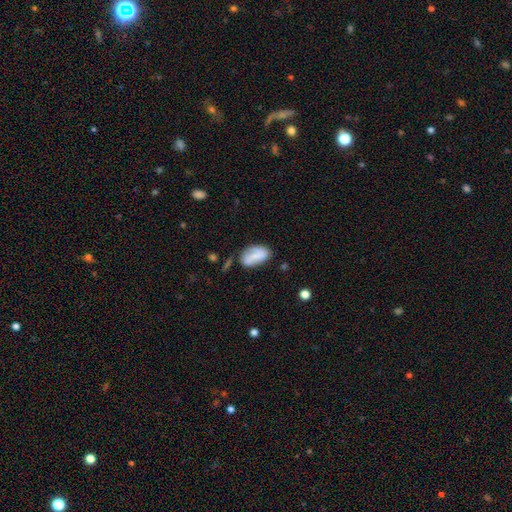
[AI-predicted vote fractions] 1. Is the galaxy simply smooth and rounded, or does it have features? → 60% smooth, 31% featured or disk, 8% star or artifact.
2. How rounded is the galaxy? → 91% in between, 6% round, 3% cigar-shaped.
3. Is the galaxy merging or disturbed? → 55% none, 27% minor disturbance, 11% major disturbance, 8% merger.